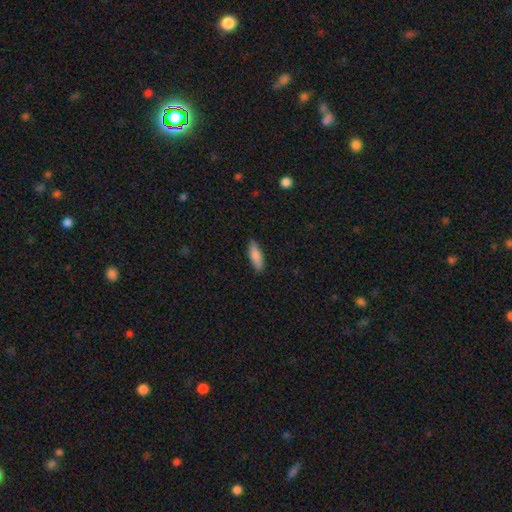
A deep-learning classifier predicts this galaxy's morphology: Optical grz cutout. It shows a smooth galaxy with no disk features (85%) that is in between round and cigar-shaped (56%). Merging: none (86%).